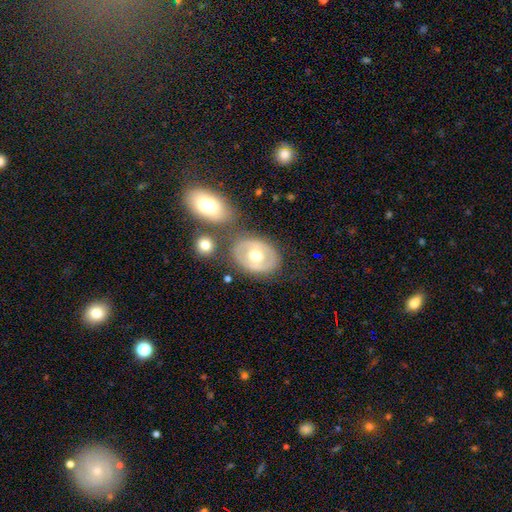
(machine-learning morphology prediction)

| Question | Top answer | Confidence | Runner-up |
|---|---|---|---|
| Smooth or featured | featured or disk | 55% | smooth (40%) |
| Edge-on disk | no | 93% | yes (7%) |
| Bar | no | 77% | weak (16%) |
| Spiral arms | no | 78% | yes (22%) |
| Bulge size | moderate | 76% | large (13%) |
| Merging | none | 70% | minor disturbance (14%) |